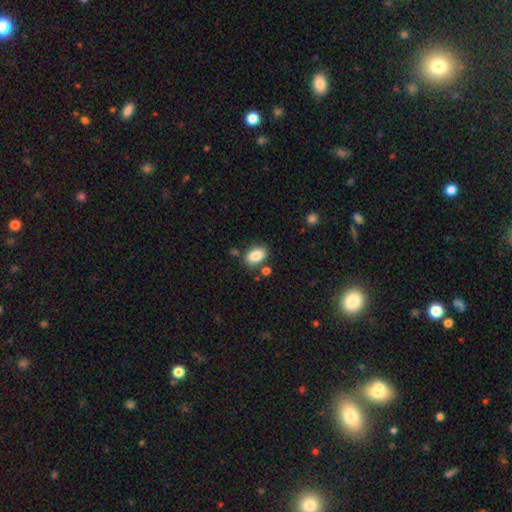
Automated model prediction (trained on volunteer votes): Smooth or featured: smooth — 87% (star or artifact — 8%)
How rounded: in between — 89% (round — 10%)
Merging: none — 78% (minor disturbance — 12%)